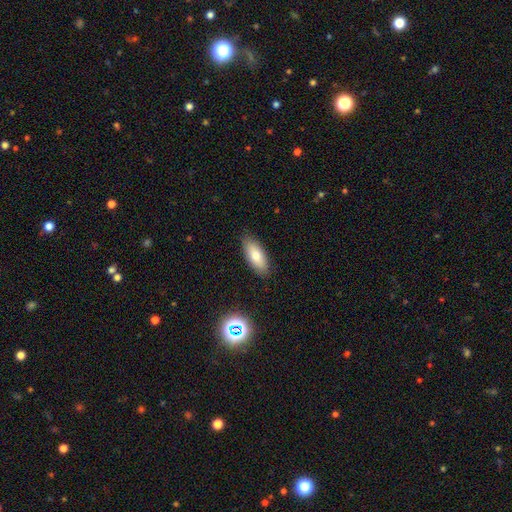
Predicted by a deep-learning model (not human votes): Smooth or featured? smooth (73%)
How rounded? in between (77%)
Merging? none (87%)